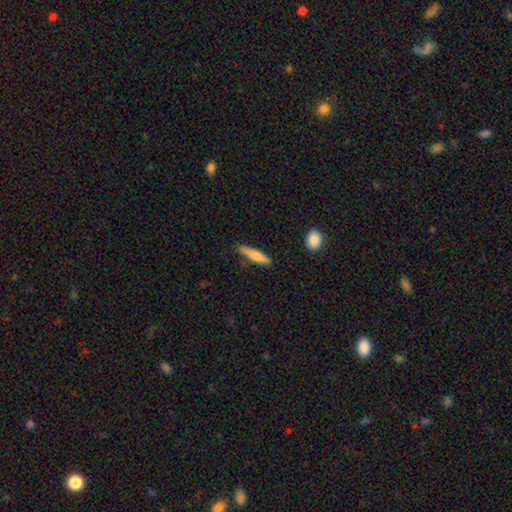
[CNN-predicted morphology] type=smooth (75%); roundness=cigar-shaped (86%); merging=none (82%).